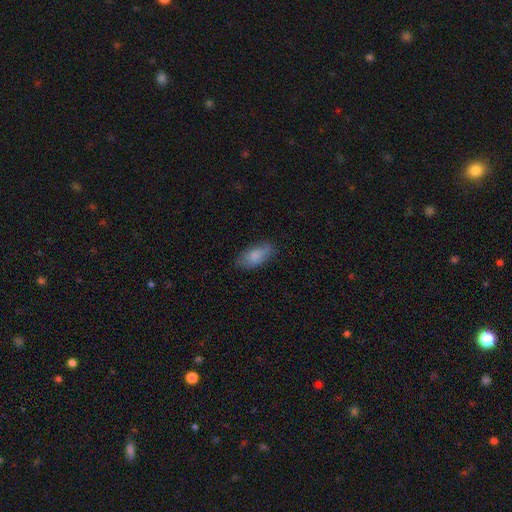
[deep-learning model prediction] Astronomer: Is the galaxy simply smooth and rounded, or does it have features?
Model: smooth — 81%.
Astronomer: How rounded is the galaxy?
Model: in between — 91%.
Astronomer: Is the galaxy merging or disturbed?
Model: none — 71%.